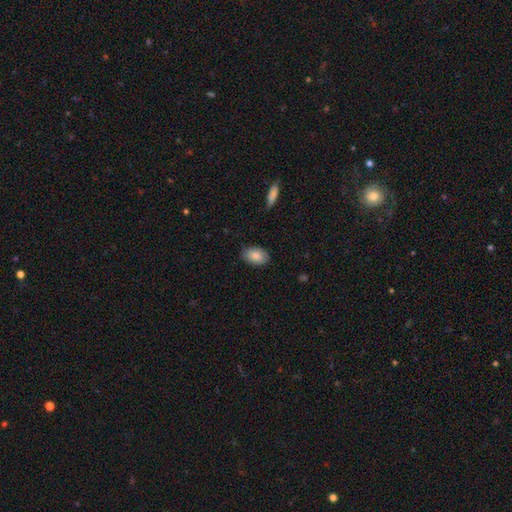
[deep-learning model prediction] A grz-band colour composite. It shows a smooth galaxy with no disk features (85%) that is in between round and cigar-shaped (91%). Merging: none (85%).